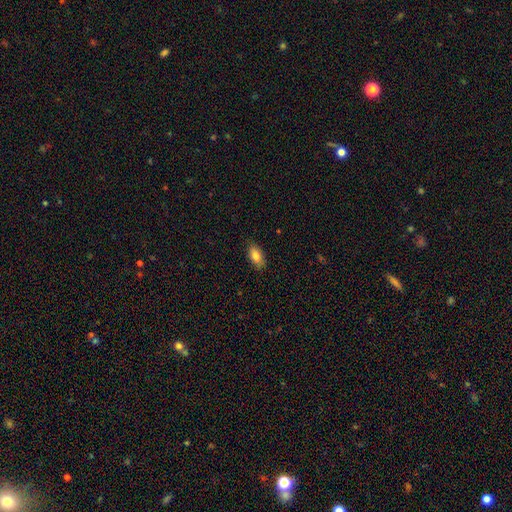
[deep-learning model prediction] A smooth galaxy with no disk features (83%) that is in between round and cigar-shaped (91%).

Vote fractions:
- Smooth or featured? smooth: 83% / featured or disk: 10% / star or artifact: 7%
- How rounded? in between: 91% / cigar-shaped: 5% / round: 4%
- Merging? none: 85% / minor disturbance: 11% / major disturbance: 2% / merger: 1%